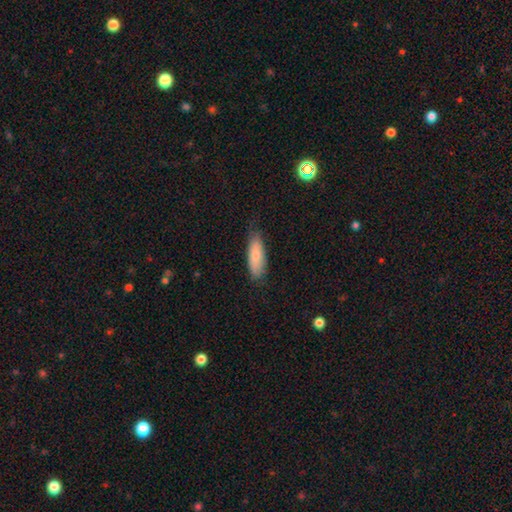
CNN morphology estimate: smooth 81%, featured or disk 14%, star or artifact 6%. Down the decision tree: how rounded — in between (62%); merging — none (73%).